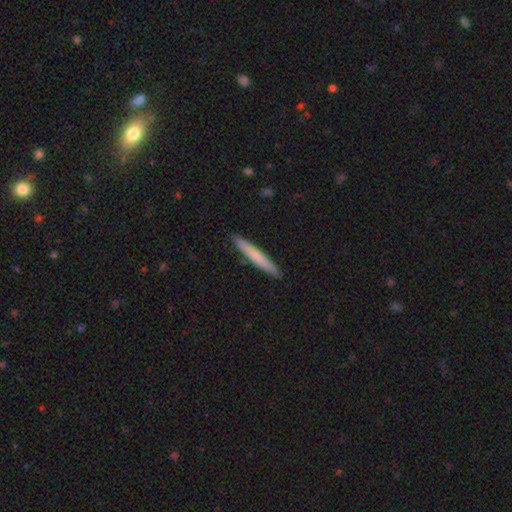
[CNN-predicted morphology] Smooth or featured?
  - smooth: 71% *
  - featured or disk: 23%
  - star or artifact: 5%
How rounded?
  - cigar-shaped: 96% *
  - in between: 3%
  - round: 1%
Merging?
  - none: 92% *
  - minor disturbance: 6%
  - major disturbance: 1%
  - merger: 1%